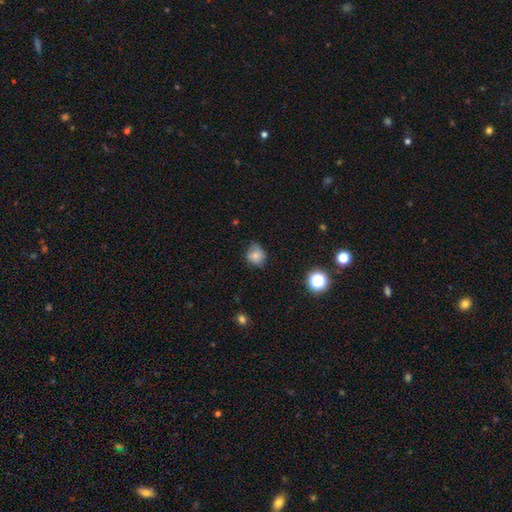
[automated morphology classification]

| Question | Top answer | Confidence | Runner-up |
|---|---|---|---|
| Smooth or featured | smooth | 77% | star or artifact (12%) |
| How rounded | round | 72% | in between (27%) |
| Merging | none | 69% | minor disturbance (25%) |